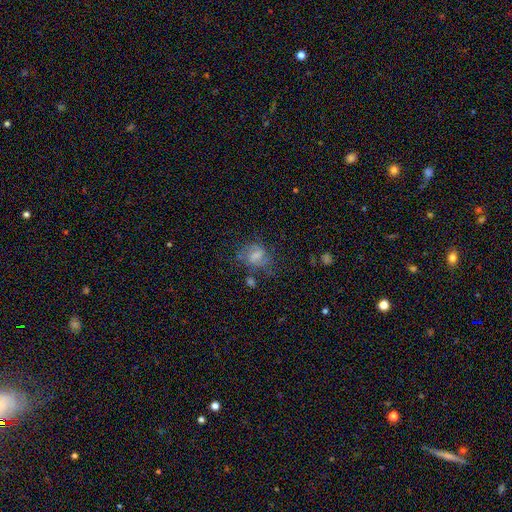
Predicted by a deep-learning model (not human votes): Morphology: type=smooth (40%); merging=none (57%).